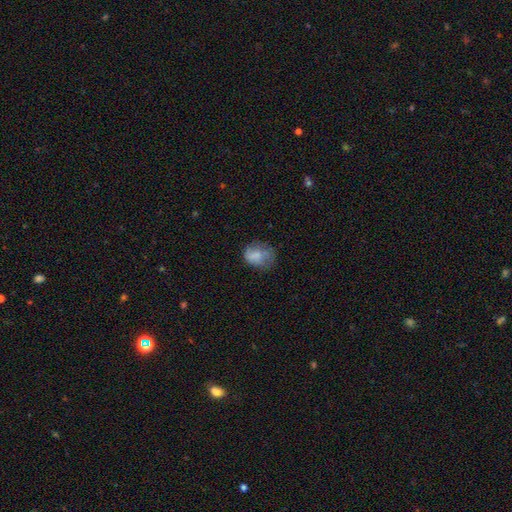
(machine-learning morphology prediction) smooth 73%, featured or disk 19%, star or artifact 9%. Down the decision tree: how rounded — in between (53%); merging — none (51%).